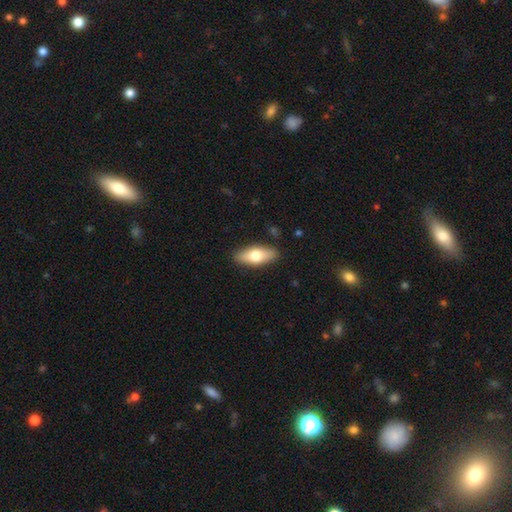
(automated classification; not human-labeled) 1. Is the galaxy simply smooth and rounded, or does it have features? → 68% smooth, 26% featured or disk, 6% star or artifact.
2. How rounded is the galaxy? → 76% in between, 21% cigar-shaped, 3% round.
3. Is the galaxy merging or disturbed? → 88% none, 9% minor disturbance, 2% major disturbance, 1% merger.